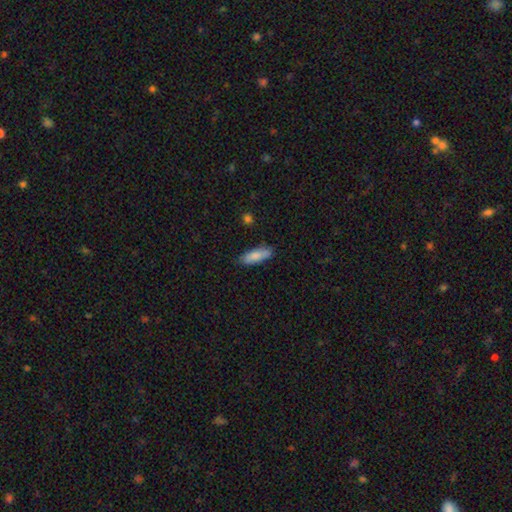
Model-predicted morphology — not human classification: smooth 83%, featured or disk 11%, star or artifact 6%. Down the decision tree: how rounded — in between (60%); merging — none (80%).